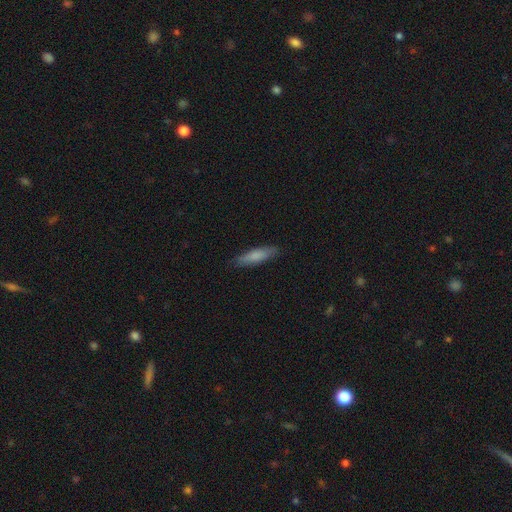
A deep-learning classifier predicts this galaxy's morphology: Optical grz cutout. It shows a smooth galaxy with no disk features (80%) that is cigar-shaped (72%). Merging: none (86%).